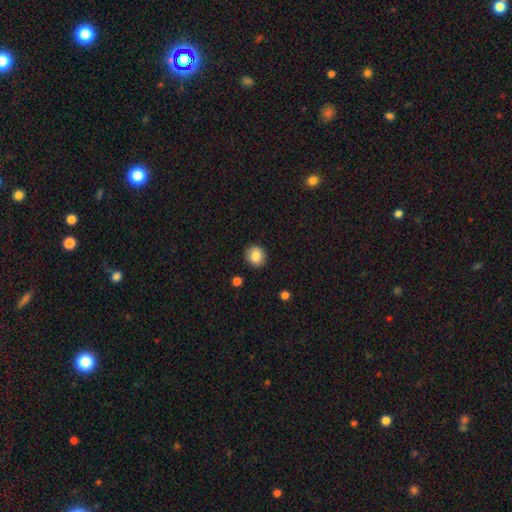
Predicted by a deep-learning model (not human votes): Smooth or featured? smooth (84%)
How rounded? round (85%)
Merging? none (91%)